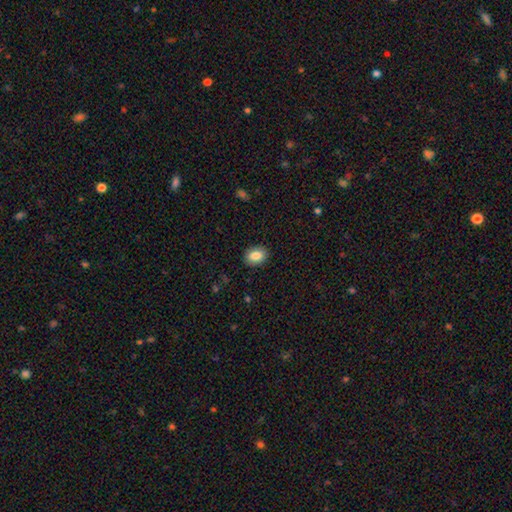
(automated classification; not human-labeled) smooth_or_featured: smooth (p=0.85) [alt: star or artifact p=0.08]
how_rounded: in between (p=0.68) [alt: round p=0.31]
merging: none (p=0.90) [alt: minor disturbance p=0.07]